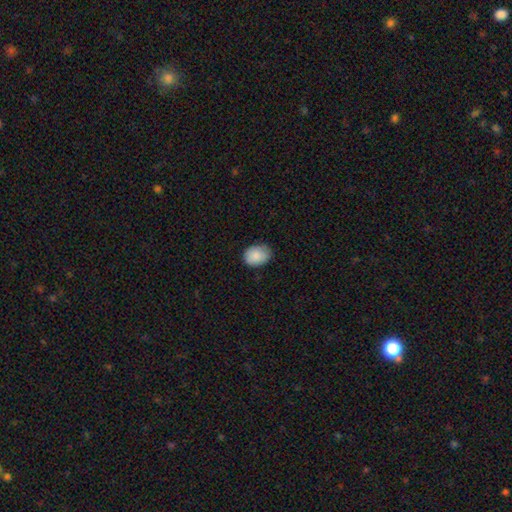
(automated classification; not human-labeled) Overall: smooth (87%). How rounded: in between (63%; round 36%). Merging: none (78%).